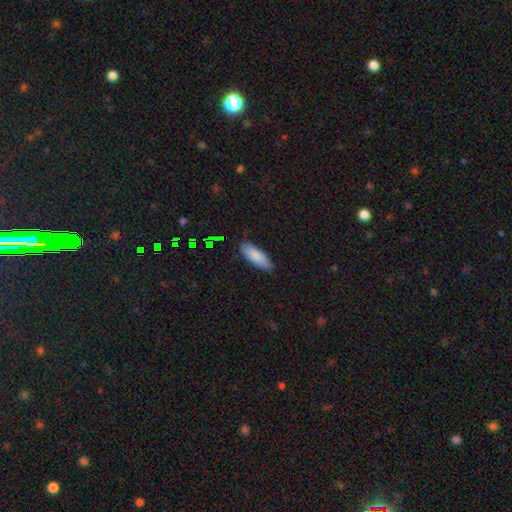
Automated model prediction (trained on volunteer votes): Q: Smooth or featured?
A: smooth (84%); runner-up: featured or disk (9%)
Q: How rounded?
A: in between (61%); runner-up: cigar-shaped (37%)
Q: Merging?
A: none (84%); runner-up: minor disturbance (12%)